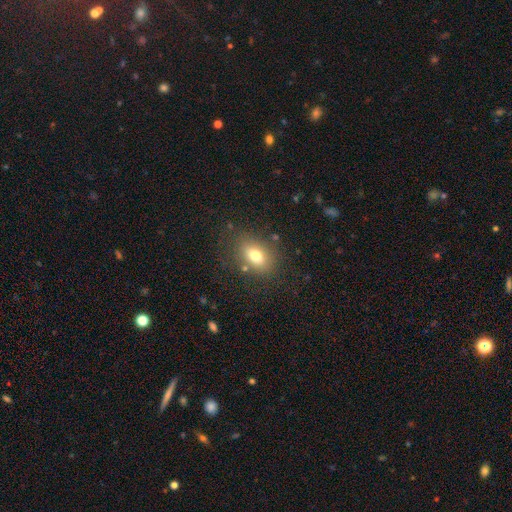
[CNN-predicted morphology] type=smooth (75%); roundness=in between (78%); merging=none (77%).